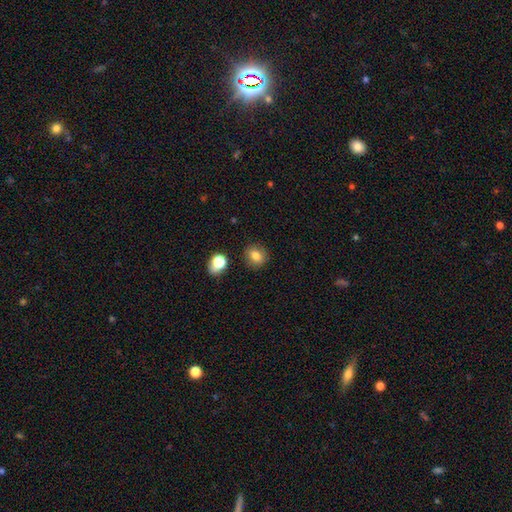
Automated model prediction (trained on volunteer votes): smooth 80%, star or artifact 12%, featured or disk 8%. Down the decision tree: how rounded — round (78%); merging — none (86%).